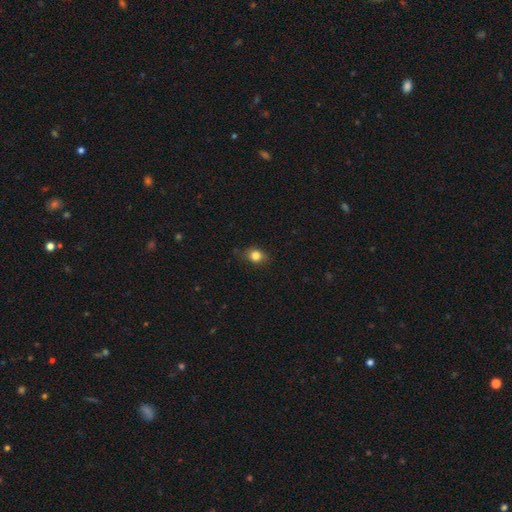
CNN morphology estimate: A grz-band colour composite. It shows a smooth galaxy with no disk features (82%) that is round (55%). Merging: none (77%).